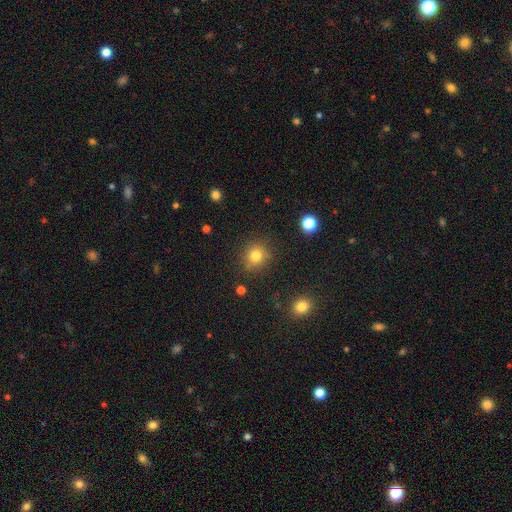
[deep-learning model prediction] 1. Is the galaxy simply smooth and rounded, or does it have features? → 79% smooth, 14% star or artifact, 7% featured or disk.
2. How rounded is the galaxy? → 85% round, 14% in between, 1% cigar-shaped.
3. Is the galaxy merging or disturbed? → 84% none, 11% minor disturbance, 3% major disturbance, 2% merger.